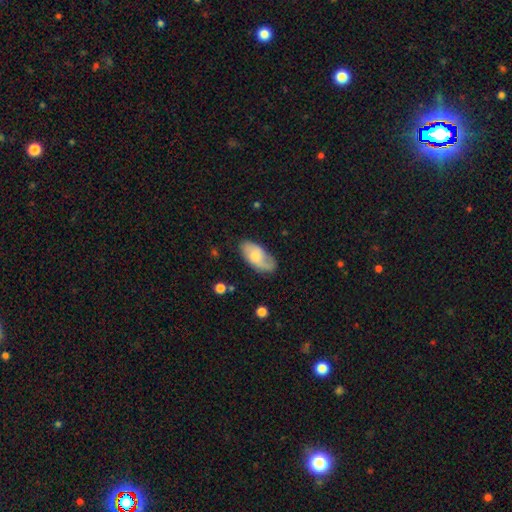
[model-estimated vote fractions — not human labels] A smooth galaxy with no disk features (51%) that is in between round and cigar-shaped (92%). Merging: none (67%).